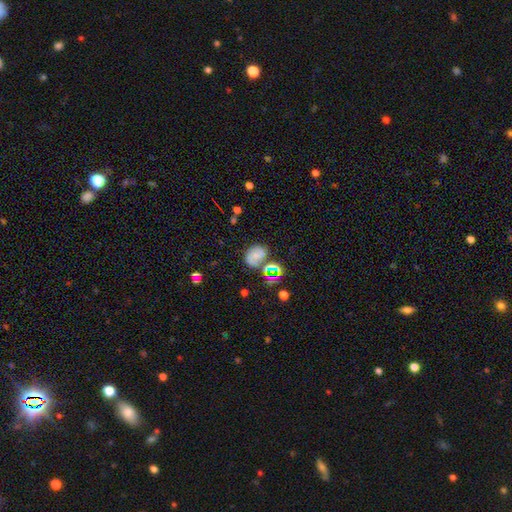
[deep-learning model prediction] The model was most divided on "smooth or featured": smooth: 45%, featured or disk: 36%, star or artifact: 18%. More confident: merging — none (53%).